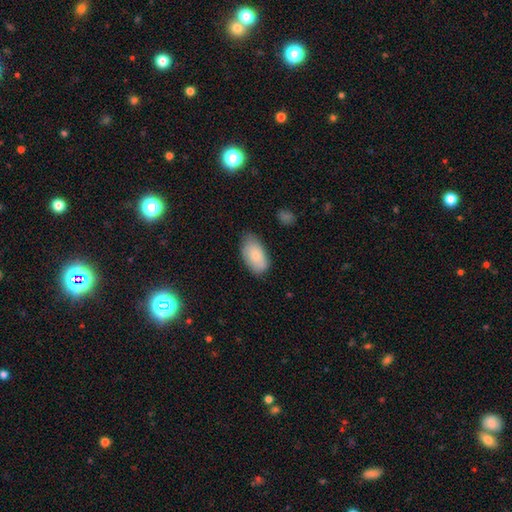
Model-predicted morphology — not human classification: A smooth galaxy with no disk features (81%) that is in between round and cigar-shaped (94%). Merging: none (70%).